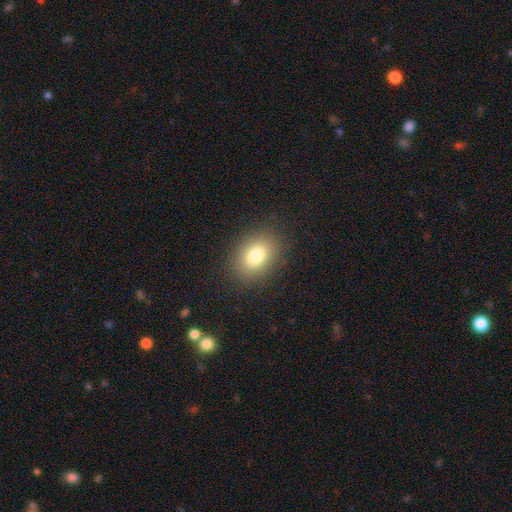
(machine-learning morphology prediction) This is likely a smooth galaxy (79%). How rounded: likely in between (74%). Merging: clearly none (87%).